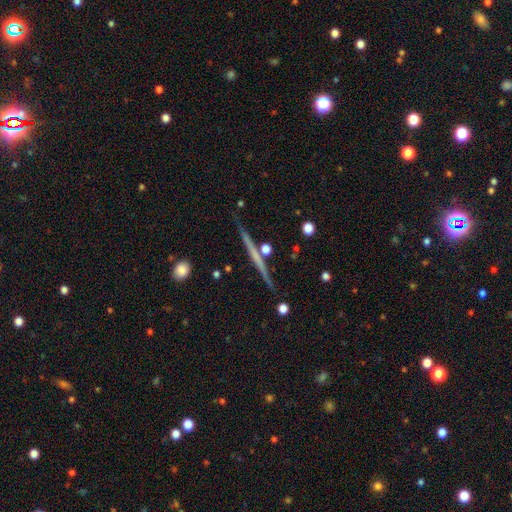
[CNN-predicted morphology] This appears to be a featured or disk galaxy (70%) viewed edge-on (98%) with no central bulge (67%). Merging: none (87%).